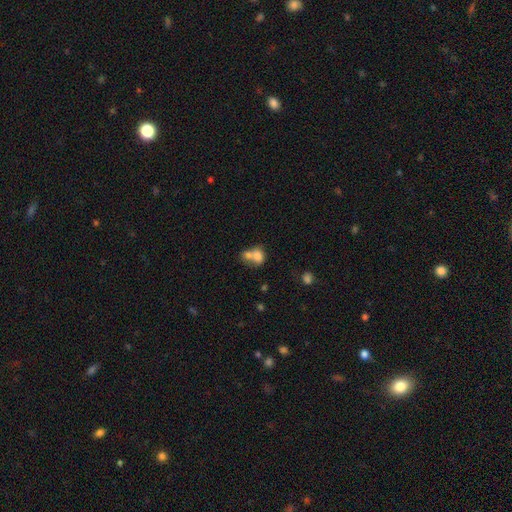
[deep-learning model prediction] This appears to be a smooth galaxy with no disk features (76%) that is in between round and cigar-shaped (56%). Merging: merger (67%).